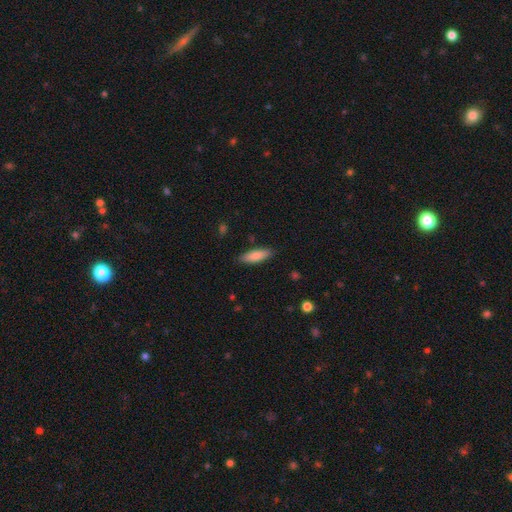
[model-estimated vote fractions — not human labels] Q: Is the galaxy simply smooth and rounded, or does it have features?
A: smooth — 84%.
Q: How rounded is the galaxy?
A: in between — 52%.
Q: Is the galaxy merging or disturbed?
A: none — 87%.